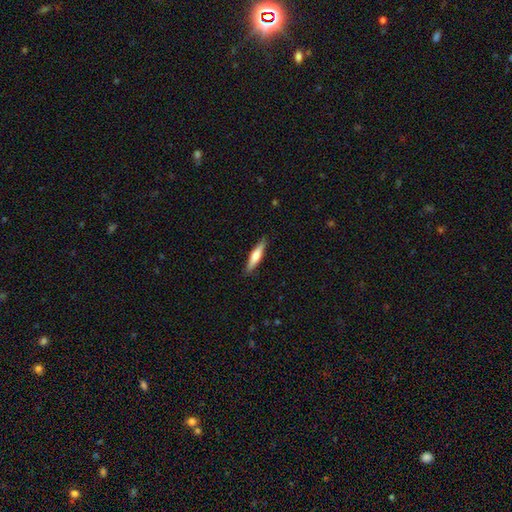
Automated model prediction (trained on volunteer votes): Smooth or featured? smooth (59%)
How rounded? cigar-shaped (81%)
Merging? none (88%)